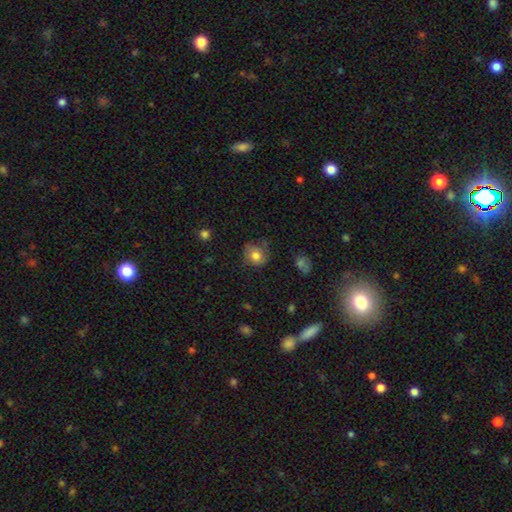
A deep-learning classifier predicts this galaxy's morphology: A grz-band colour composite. It shows a smooth galaxy with no disk features (77%) that is round (73%). Merging: none (67%).